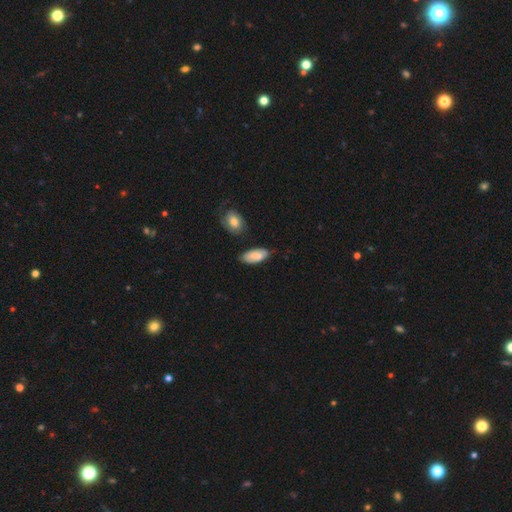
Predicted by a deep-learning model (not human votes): Q: Smooth or featured?
A: smooth (78%); runner-up: featured or disk (16%)
Q: How rounded?
A: in between (89%); runner-up: cigar-shaped (8%)
Q: Merging?
A: none (70%); runner-up: minor disturbance (22%)